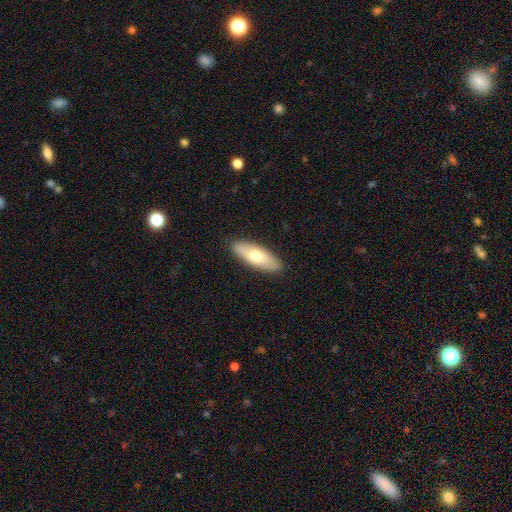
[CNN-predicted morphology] This appears to be a smooth galaxy with no disk features (65%) that is in between round and cigar-shaped (64%). Merging: none (89%).